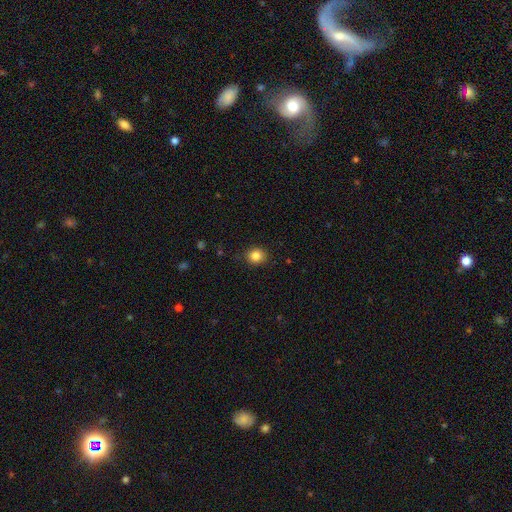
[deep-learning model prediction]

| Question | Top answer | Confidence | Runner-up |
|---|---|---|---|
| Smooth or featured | smooth | 85% | star or artifact (11%) |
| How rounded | round | 81% | in between (18%) |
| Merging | none | 88% | minor disturbance (8%) |